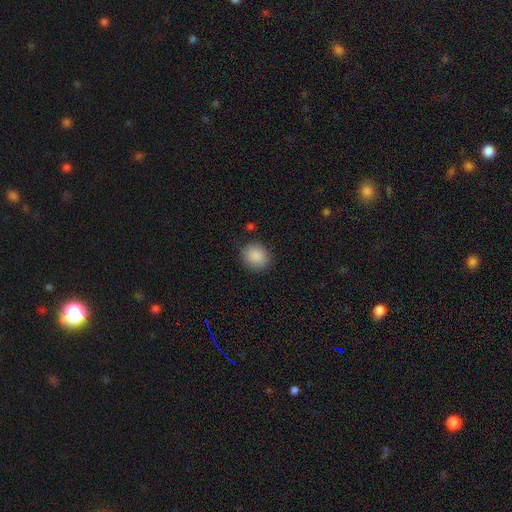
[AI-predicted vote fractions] smooth_or_featured: smooth (p=0.89) [alt: star or artifact p=0.08]
how_rounded: round (p=0.71) [alt: in between p=0.29]
merging: none (p=0.86) [alt: minor disturbance p=0.10]